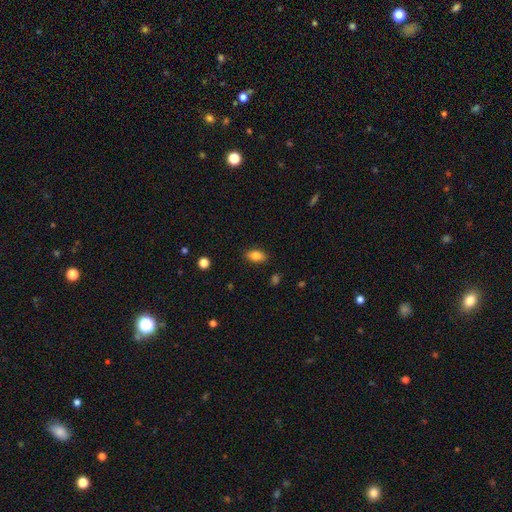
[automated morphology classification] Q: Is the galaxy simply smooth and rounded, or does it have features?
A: smooth — 83%.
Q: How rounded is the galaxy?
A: in between — 90%.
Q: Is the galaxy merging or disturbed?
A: none — 86%.